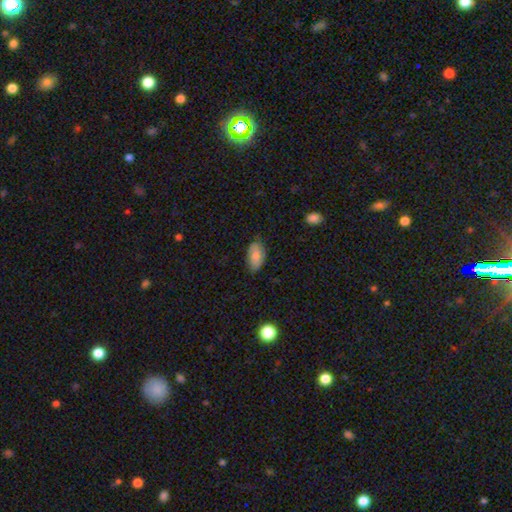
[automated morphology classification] Overall: smooth (81%). How rounded: in between (94%). Merging: none (74%).